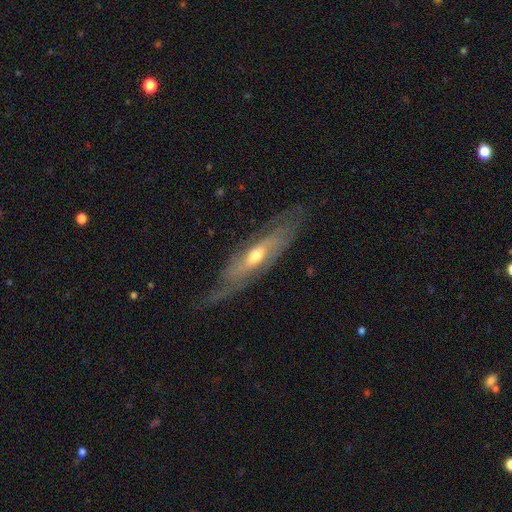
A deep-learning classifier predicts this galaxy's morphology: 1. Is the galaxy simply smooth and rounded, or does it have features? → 74% featured or disk, 21% smooth, 6% star or artifact.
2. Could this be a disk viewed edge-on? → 60% no, 40% yes.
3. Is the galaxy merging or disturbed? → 68% none, 20% minor disturbance, 11% major disturbance, 2% merger.